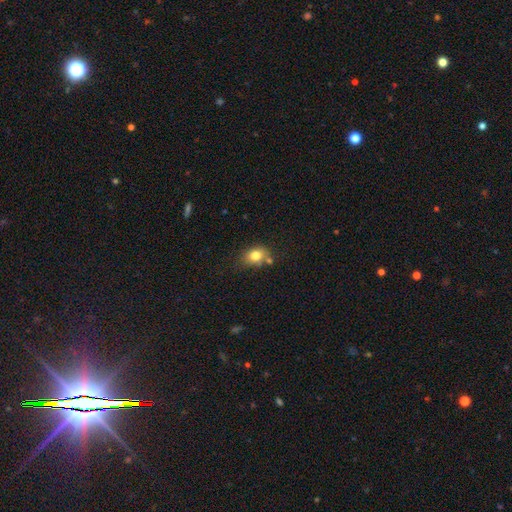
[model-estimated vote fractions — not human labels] This is likely a smooth galaxy (78%). How rounded: likely in between (61%). Merging: possibly none (60%).